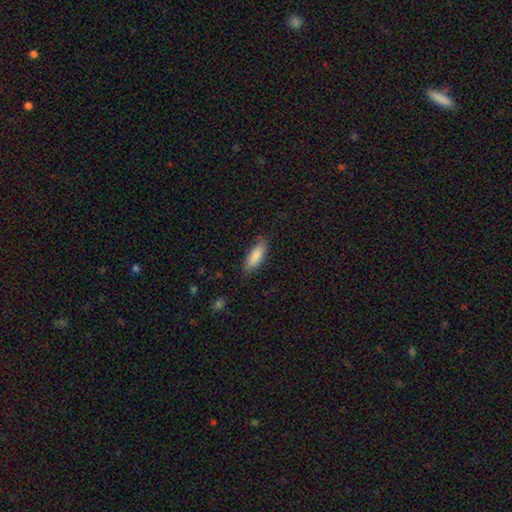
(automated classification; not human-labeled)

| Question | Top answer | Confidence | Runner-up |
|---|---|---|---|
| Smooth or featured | smooth | 87% | featured or disk (7%) |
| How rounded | in between | 70% | cigar-shaped (28%) |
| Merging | none | 77% | minor disturbance (18%) |